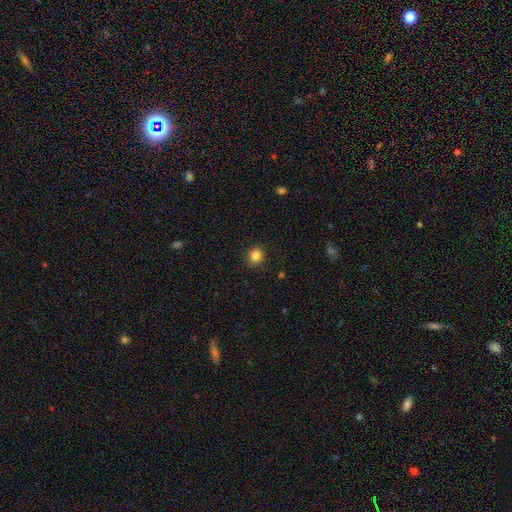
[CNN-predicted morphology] Smooth or featured? smooth (84%)
How rounded? round (84%)
Merging? none (91%)